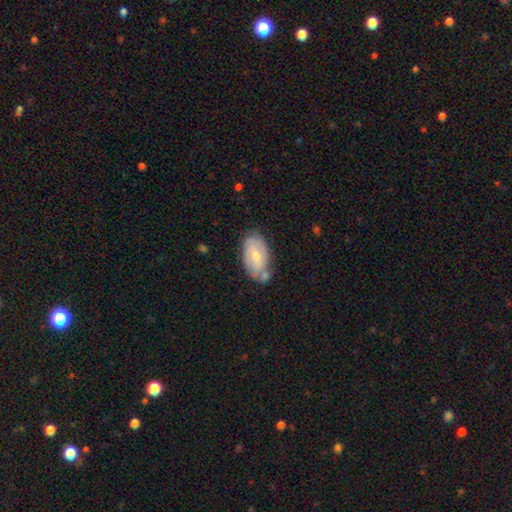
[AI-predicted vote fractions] This appears to be a featured or disk galaxy (49%). Merging: none (54%).